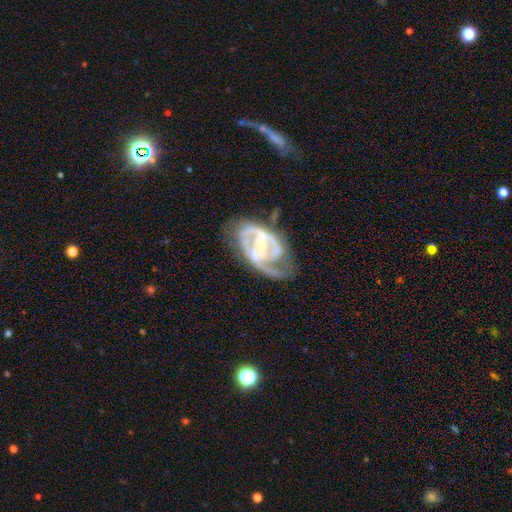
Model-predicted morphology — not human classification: smooth-or-featured: featured or disk: 84% | smooth: 10% | star or artifact: 6%
  disk-edge-on: no: 96% | yes: 4%
    bar: weak: 38% | no: 32% | strong: 30%
    has-spiral-arms: yes: 78% | no: 22%
      spiral-winding: medium: 43% | tight: 40% | loose: 17%
      spiral-arm-count: 2: 52% | can't tell: 24% | 3: 10% | 1: 9% | 4: 3% | more than 4: 2%
    bulge-size: small: 57% | moderate: 34% | none: 6% | large: 3% | dominant: 1%
  merging: none: 43% | major disturbance: 28% | minor disturbance: 24% | merger: 5%